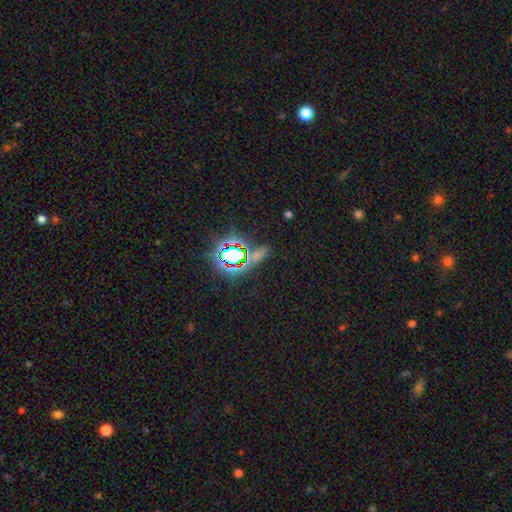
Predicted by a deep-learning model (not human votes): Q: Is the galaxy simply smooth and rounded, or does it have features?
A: star or artifact — 72%.